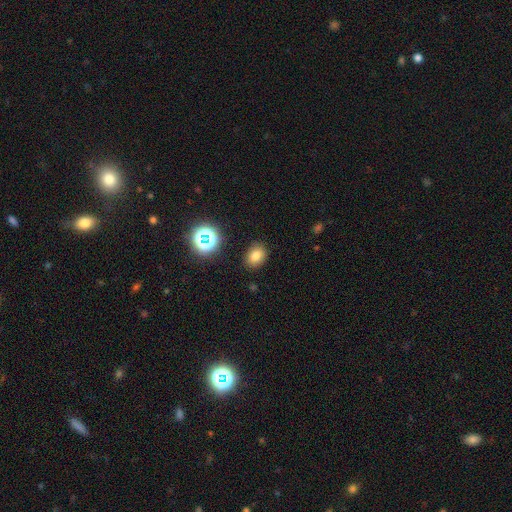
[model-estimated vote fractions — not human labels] Smooth or featured? smooth (76%)
How rounded? in between (62%)
Merging? none (85%)